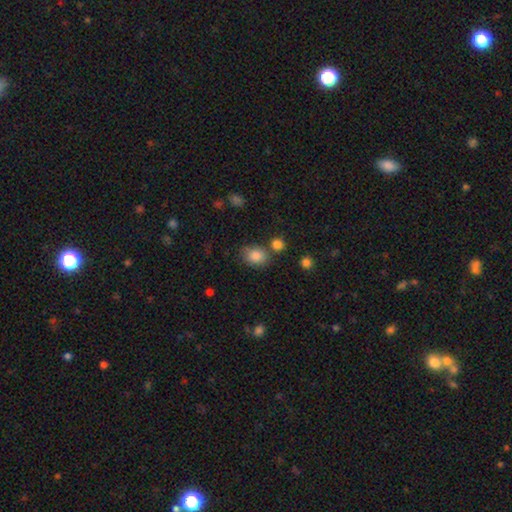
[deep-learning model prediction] Overall: smooth (86%). How rounded: in between (58%; round 41%). Merging: none (68%).